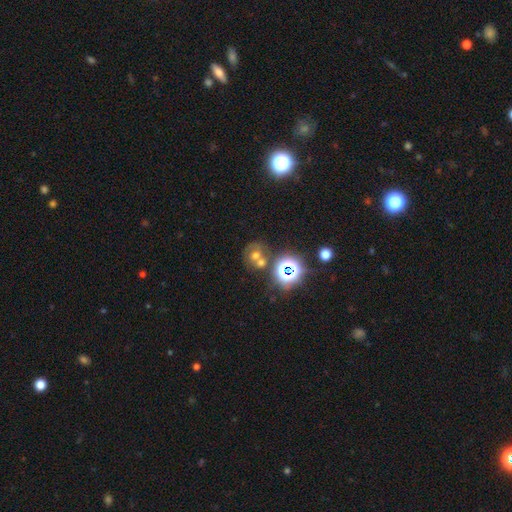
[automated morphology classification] smooth-or-featured: smooth: 42% | star or artifact: 33% | featured or disk: 25%
  merging: merger: 43% | none: 40% | minor disturbance: 10% | major disturbance: 7%